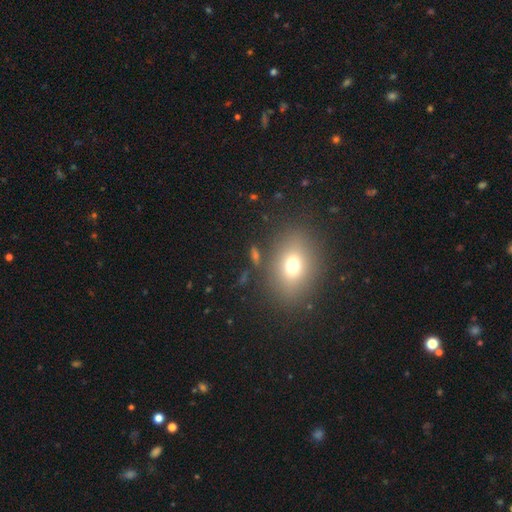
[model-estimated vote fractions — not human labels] smooth 66%, star or artifact 18%, featured or disk 16%. Down the decision tree: how rounded — in between (65%); merging — none (80%).